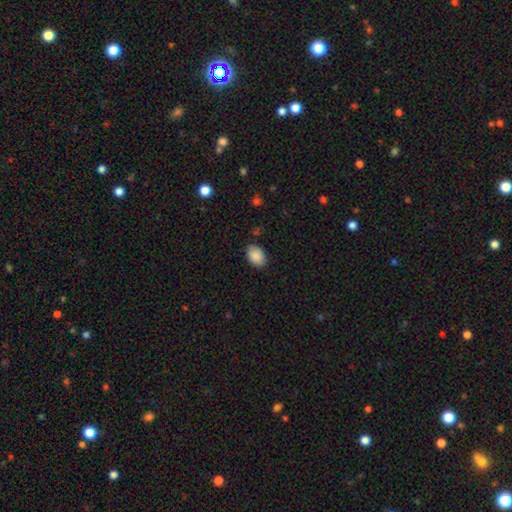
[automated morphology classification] Smooth or featured? smooth (89%)
How rounded? in between (84%)
Merging? none (84%)